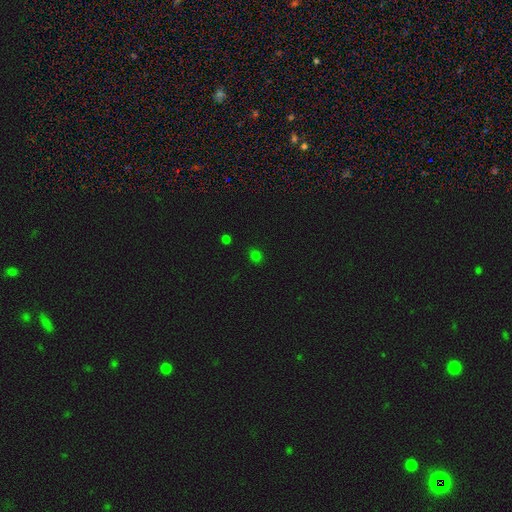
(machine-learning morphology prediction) A smooth galaxy with no disk features (74%) that is round (69%). Merging: none (87%).